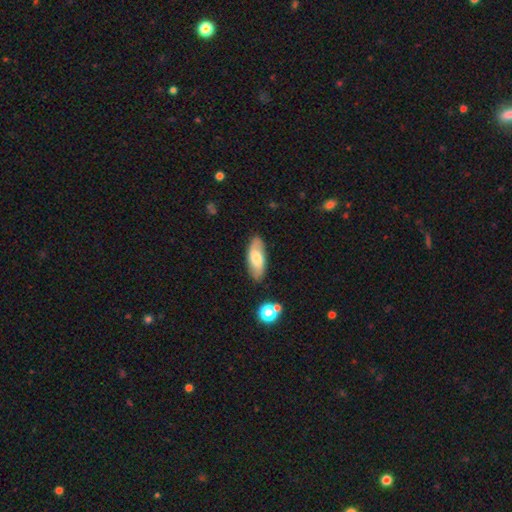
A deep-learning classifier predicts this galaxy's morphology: Smooth or featured: smooth — 59% (featured or disk — 34%)
How rounded: in between — 78% (cigar-shaped — 19%)
Merging: none — 84% (minor disturbance — 11%)